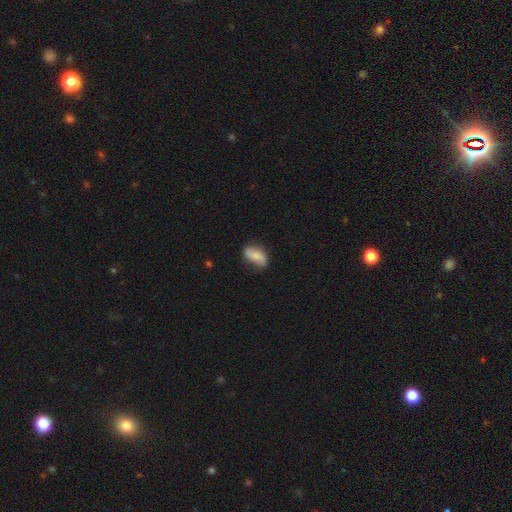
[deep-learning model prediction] Smooth or featured? Predicted: smooth (p=0.65). How rounded? Predicted: in between (p=0.88). Merging? Predicted: none (p=0.65).